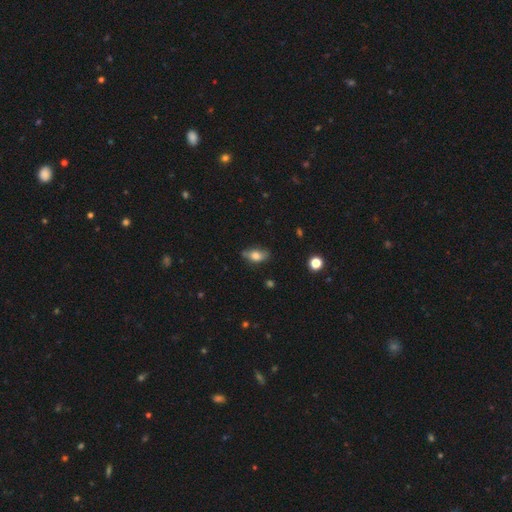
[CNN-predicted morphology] A smooth galaxy with no disk features (71%) that is in between round and cigar-shaped (84%). Merging: none (69%).